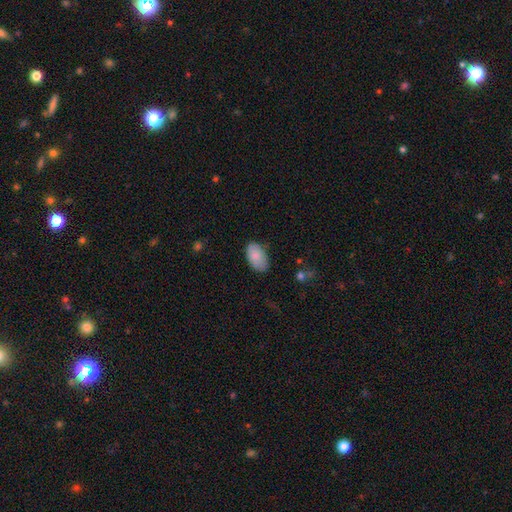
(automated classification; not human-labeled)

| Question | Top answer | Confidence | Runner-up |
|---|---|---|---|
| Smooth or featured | smooth | 84% | featured or disk (10%) |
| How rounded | in between | 94% | round (5%) |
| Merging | none | 75% | minor disturbance (20%) |